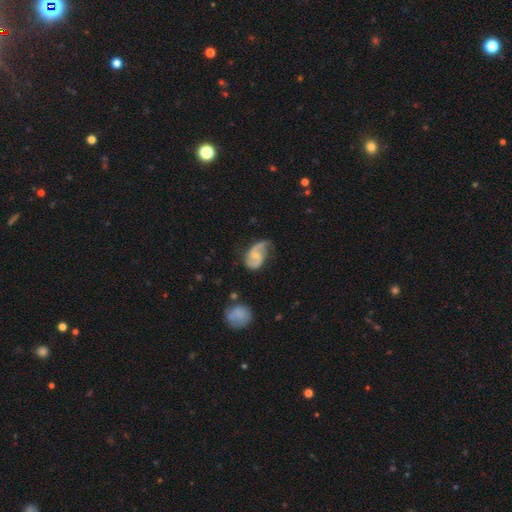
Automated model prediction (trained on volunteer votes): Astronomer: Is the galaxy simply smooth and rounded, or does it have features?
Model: featured or disk — 78%.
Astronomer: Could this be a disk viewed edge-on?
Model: no — 98%.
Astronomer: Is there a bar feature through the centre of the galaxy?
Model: no — 48% (runner-up: weak, 43%).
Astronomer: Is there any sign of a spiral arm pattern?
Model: yes — 94%.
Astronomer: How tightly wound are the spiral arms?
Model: loose — 44% (runner-up: medium, 42%).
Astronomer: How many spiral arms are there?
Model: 2 — 79%.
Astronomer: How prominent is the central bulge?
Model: small — 53% (runner-up: moderate, 29%).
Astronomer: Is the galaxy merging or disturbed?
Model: none — 51% (runner-up: minor disturbance, 29%).